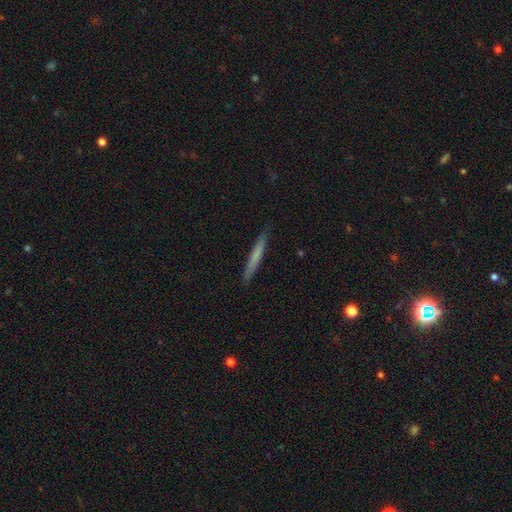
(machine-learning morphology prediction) Overall: smooth (65%; featured or disk 29%). How rounded: cigar-shaped (96%). Merging: none (90%).